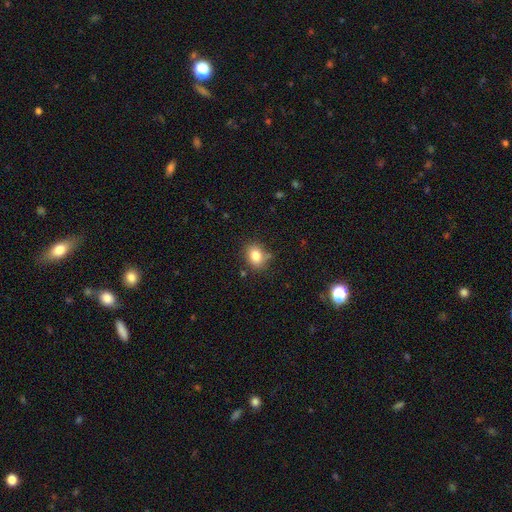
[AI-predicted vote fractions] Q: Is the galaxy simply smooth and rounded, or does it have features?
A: smooth — 82%.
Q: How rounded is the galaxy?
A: in between — 55%.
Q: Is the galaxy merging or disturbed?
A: none — 76%.